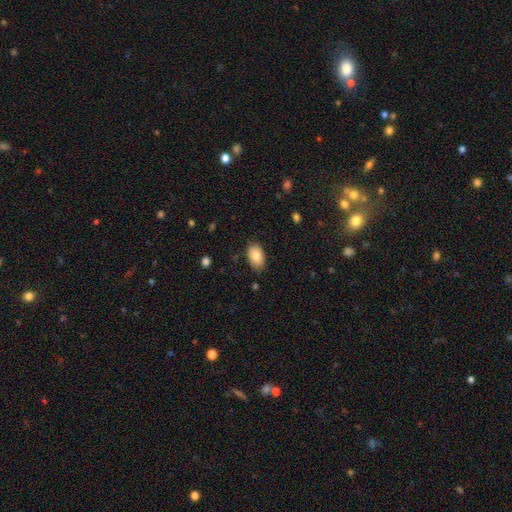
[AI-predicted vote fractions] A smooth galaxy with no disk features (84%) that is in between round and cigar-shaped (90%).

Vote fractions:
- Smooth or featured? smooth: 84% / featured or disk: 8% / star or artifact: 7%
- How rounded? in between: 90% / round: 9% / cigar-shaped: 1%
- Merging? none: 82% / minor disturbance: 14% / major disturbance: 3% / merger: 1%